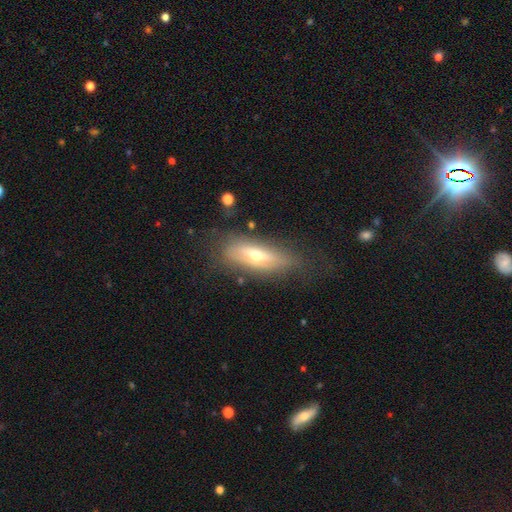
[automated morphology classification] Overall: featured or disk (51%; smooth 41%). Edge-on disk: yes (64%; no 36%). Merging: none (67%).